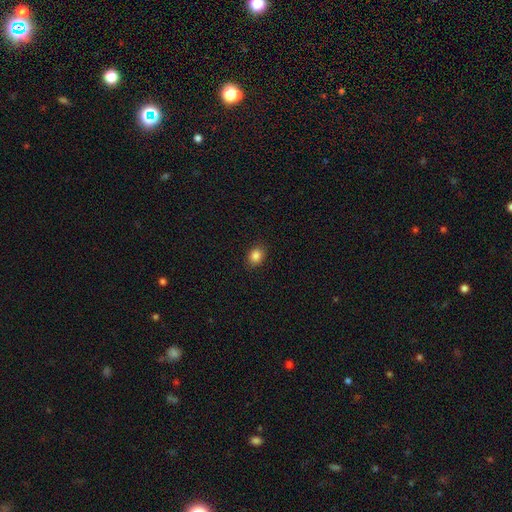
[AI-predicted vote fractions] Smooth or featured? Predicted: smooth (p=0.85). How rounded? Predicted: in between (p=0.56). Merging? Predicted: none (p=0.88).